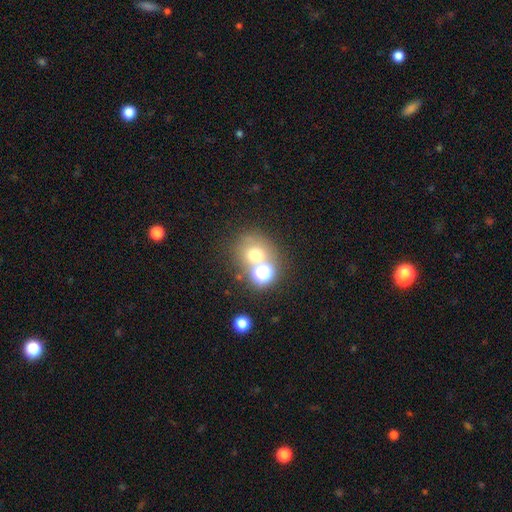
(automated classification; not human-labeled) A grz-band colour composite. It shows a smooth galaxy with no disk features (62%) that is round (81%). Merging: none (52%).